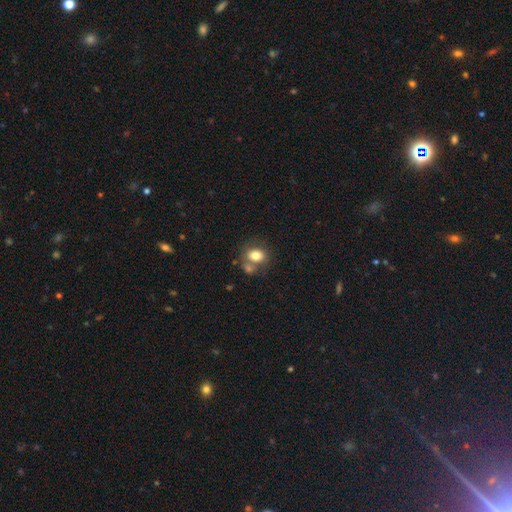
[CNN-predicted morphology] Smooth or featured? smooth (78%)
How rounded? in between (55%)
Merging? none (51%)